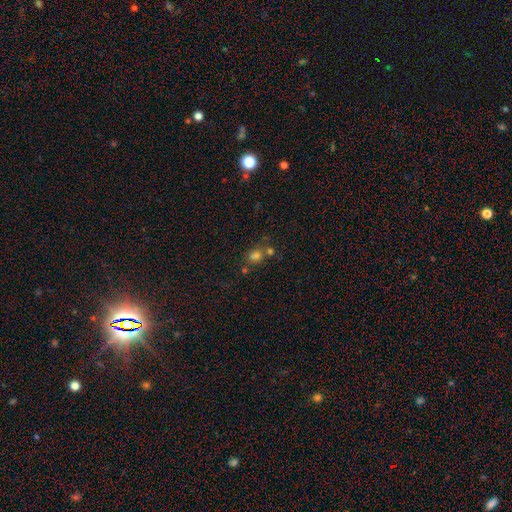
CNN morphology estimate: Overall: smooth (65%). How rounded: round (67%; in between 32%). Merging: none (45%; merger 40%).